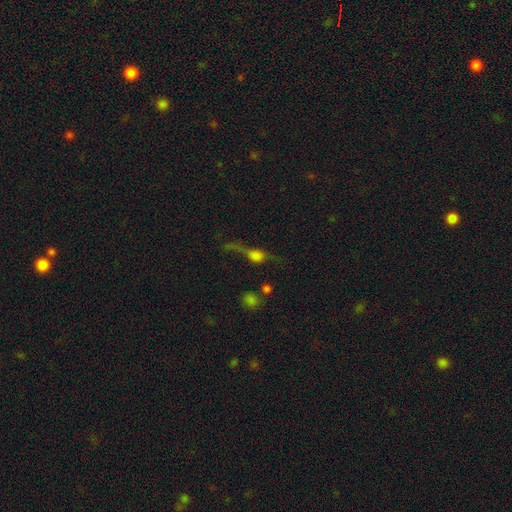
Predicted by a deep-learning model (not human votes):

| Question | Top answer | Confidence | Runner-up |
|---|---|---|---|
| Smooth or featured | smooth | 44% | featured or disk (39%) |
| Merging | none | 35% | tied: major disturbance (35%) |